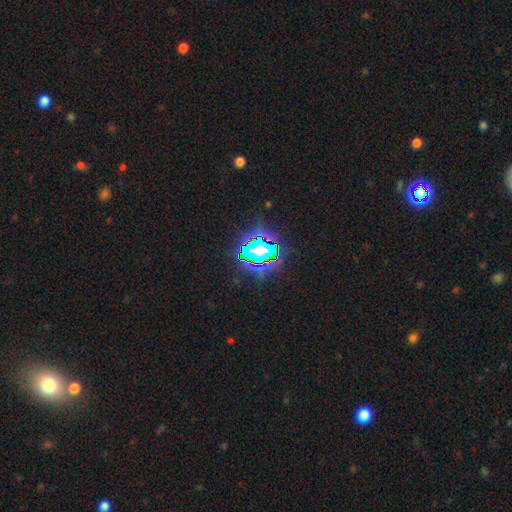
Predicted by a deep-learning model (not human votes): Q: Smooth or featured?
A: star or artifact (74%); runner-up: smooth (16%)